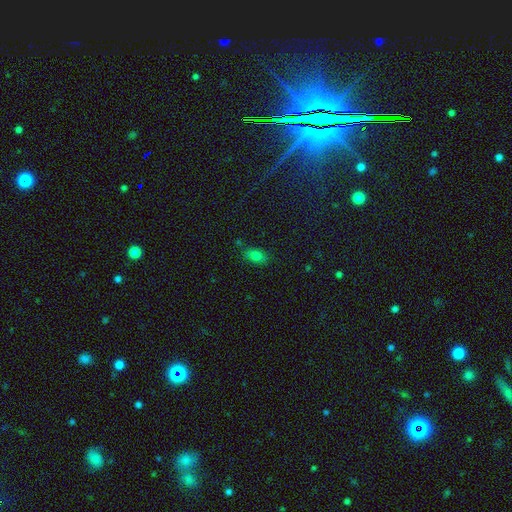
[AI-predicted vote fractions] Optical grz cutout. It shows a smooth galaxy with no disk features (76%) that is in between round and cigar-shaped (86%). Merging: none (75%).